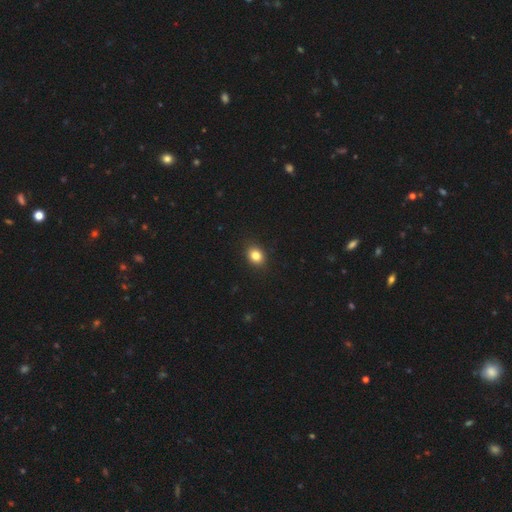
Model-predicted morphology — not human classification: smooth_or_featured: smooth (p=0.83) [alt: star or artifact p=0.11]
how_rounded: in between (p=0.52) [alt: round p=0.47]
merging: none (p=0.90) [alt: minor disturbance p=0.08]